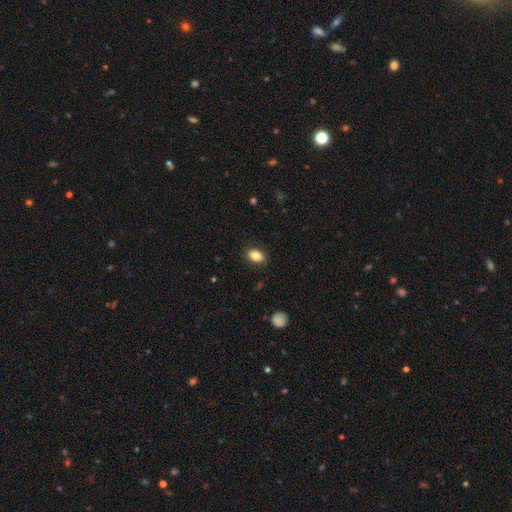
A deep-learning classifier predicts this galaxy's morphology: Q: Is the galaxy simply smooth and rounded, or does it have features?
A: smooth — 83%.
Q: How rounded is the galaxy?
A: in between — 85%.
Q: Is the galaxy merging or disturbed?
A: none — 87%.